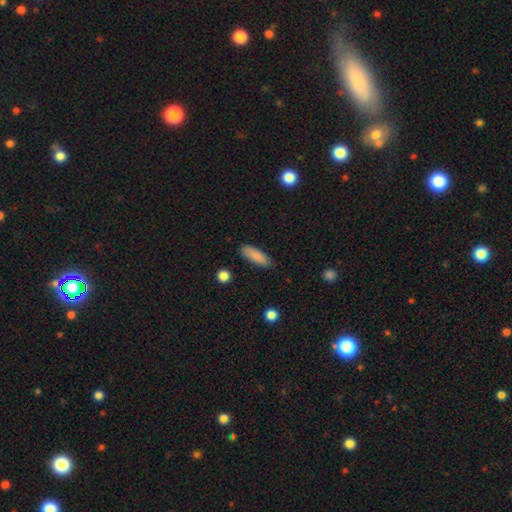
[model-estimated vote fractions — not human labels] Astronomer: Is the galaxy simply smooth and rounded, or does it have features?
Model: smooth — 86%.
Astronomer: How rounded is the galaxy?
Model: in between — 51% (runner-up: cigar-shaped, 47%).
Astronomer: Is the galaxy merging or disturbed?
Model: none — 85%.